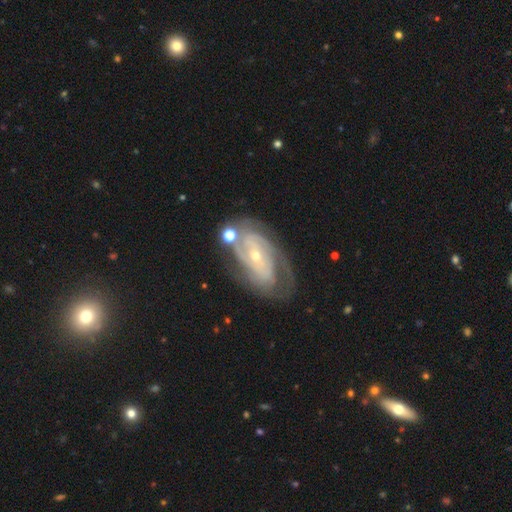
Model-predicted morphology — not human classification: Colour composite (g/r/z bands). It shows a featured or disk galaxy (85%) with no bar (55%), 2 (36%) tight (61%) spiral arms (92%) and a small central bulge (74%). Merging: none (60%).